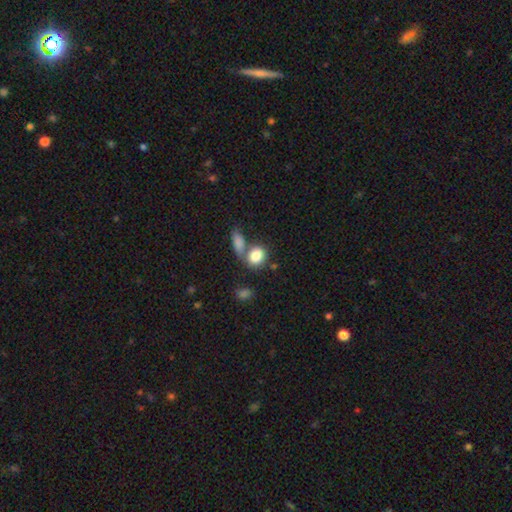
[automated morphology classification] This appears to be a smooth galaxy with no disk features (84%) that is in between round and cigar-shaped (58%). Merging: none (45%).